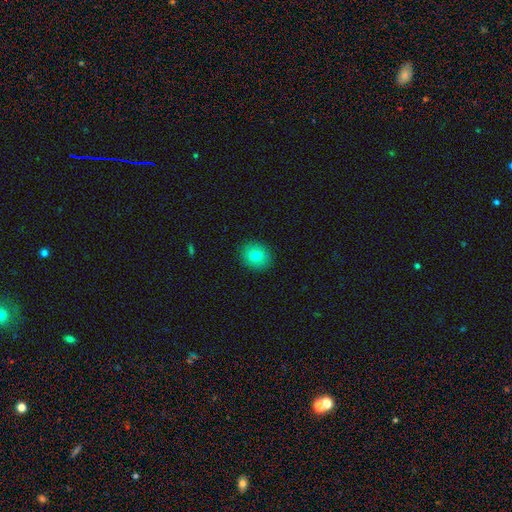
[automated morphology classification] Smooth or featured?
  - smooth: 77% *
  - featured or disk: 12%
  - star or artifact: 11%
How rounded?
  - round: 75% *
  - in between: 24%
  - cigar-shaped: 1%
Merging?
  - none: 91% *
  - minor disturbance: 6%
  - major disturbance: 2%
  - merger: 1%